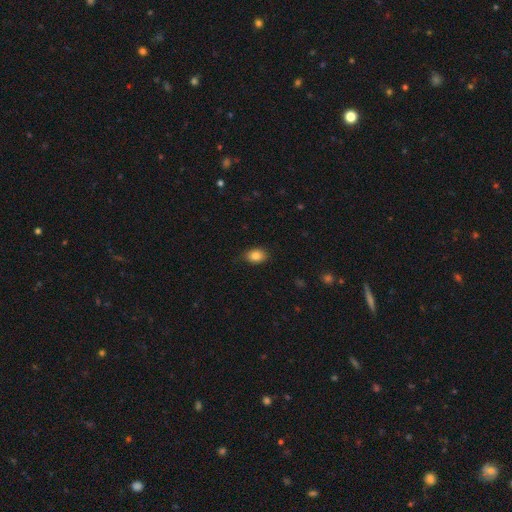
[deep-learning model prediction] A smooth galaxy with no disk features (85%) that is in between round and cigar-shaped (77%). Merging: none (82%).